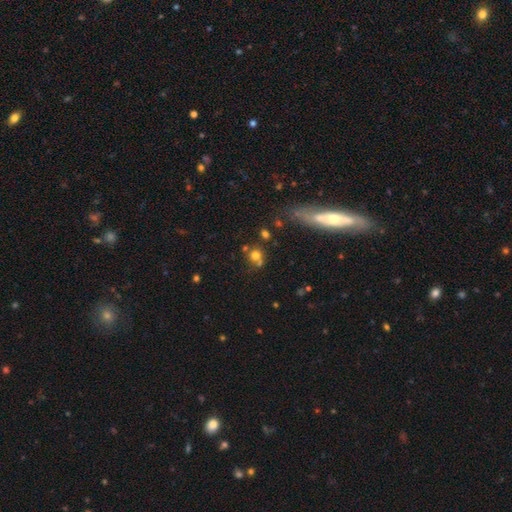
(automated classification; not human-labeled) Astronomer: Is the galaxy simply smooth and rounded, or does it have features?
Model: smooth — 68%.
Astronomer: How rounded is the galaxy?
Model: round — 87%.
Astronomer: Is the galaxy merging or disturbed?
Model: none — 60%.